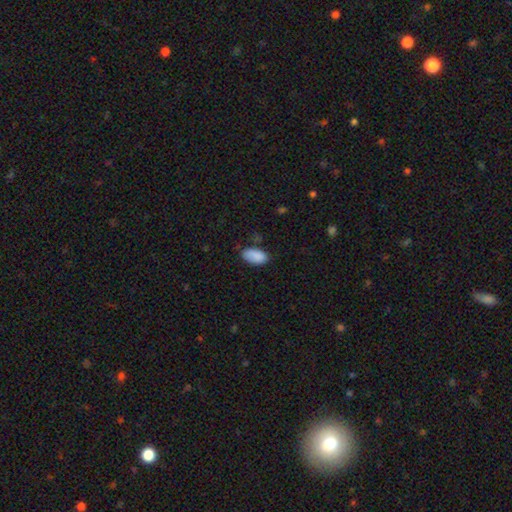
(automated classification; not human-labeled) smooth_or_featured: smooth (p=0.89) [alt: star or artifact p=0.07]
how_rounded: in between (p=0.95) [alt: round p=0.03]
merging: none (p=0.72) [alt: minor disturbance p=0.22]